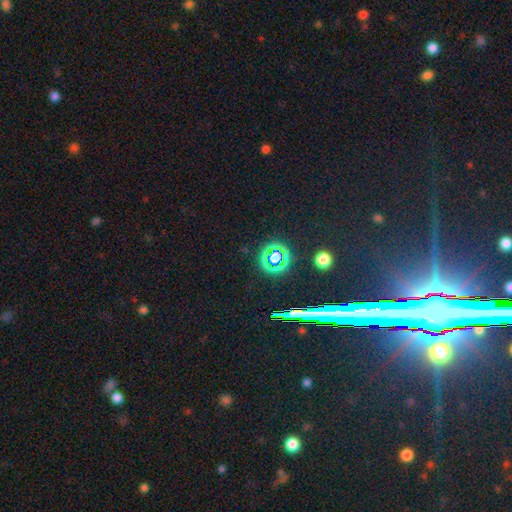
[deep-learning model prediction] This is likely a star or artifact rather than a galaxy (76%).